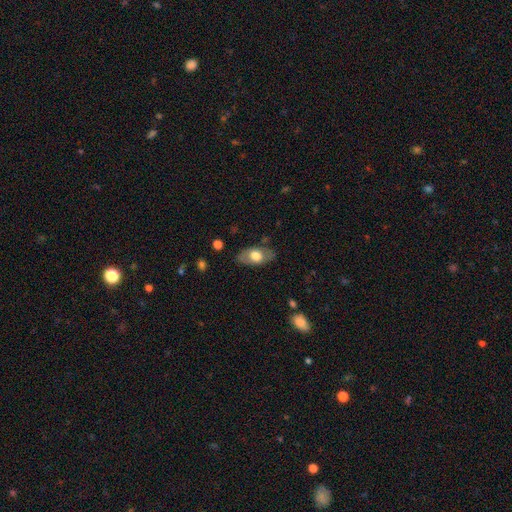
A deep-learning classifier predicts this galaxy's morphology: Smooth or featured: smooth — 62% (featured or disk — 32%)
How rounded: in between — 90% (round — 6%)
Merging: none — 78% (minor disturbance — 16%)